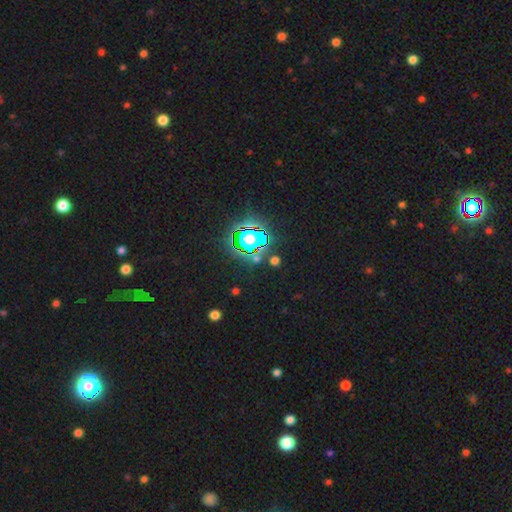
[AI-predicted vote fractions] Smooth or featured?
  - star or artifact: 75% *
  - smooth: 17%
  - featured or disk: 9%